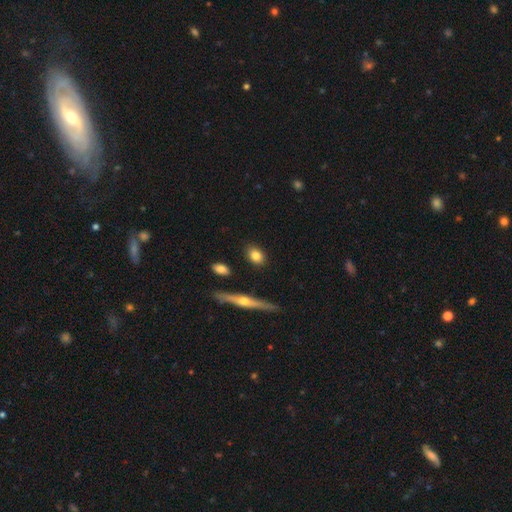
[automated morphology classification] smooth-or-featured: smooth: 78% | featured or disk: 15% | star or artifact: 7%
  how-rounded: in between: 67% | round: 28% | cigar-shaped: 5%
  merging: none: 87% | minor disturbance: 9% | merger: 2% | major disturbance: 2%